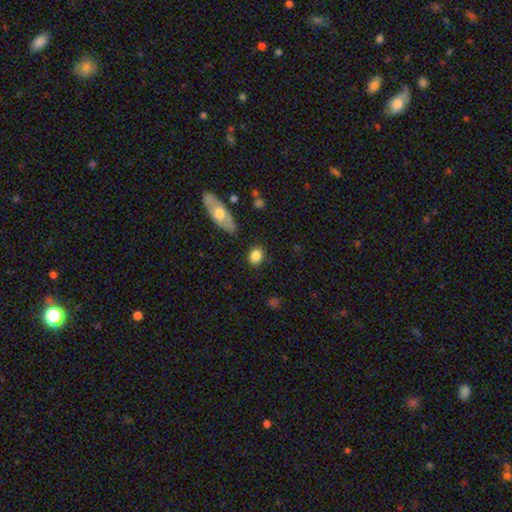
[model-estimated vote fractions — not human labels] Smooth or featured? Predicted: smooth (p=0.84). How rounded? Predicted: round (p=0.52). Merging? Predicted: none (p=0.84).